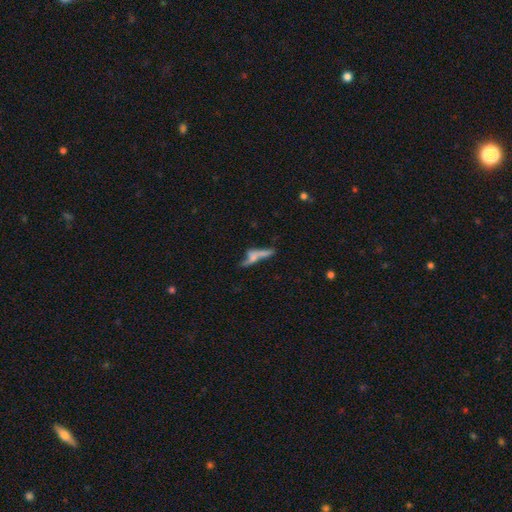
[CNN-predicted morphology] A smooth galaxy with no disk features (48%).

Vote fractions:
- Smooth or featured? smooth: 48% / featured or disk: 40% / star or artifact: 12%
- Merging? none: 33% / merger: 30% / major disturbance: 20% / minor disturbance: 16%